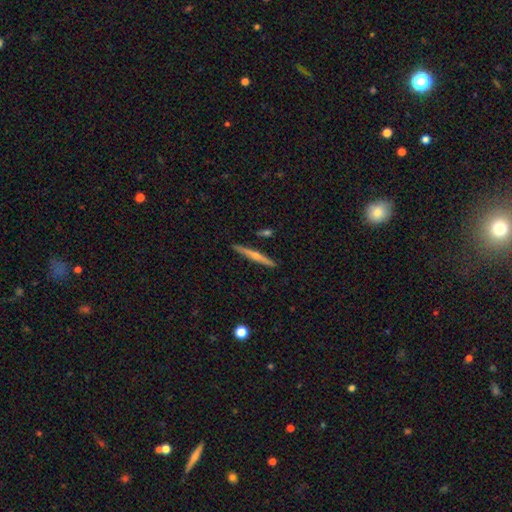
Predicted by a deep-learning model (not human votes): featured or disk 69%, smooth 25%, star or artifact 6%. Down the decision tree: edge-on disk — yes (98%); edge-on bulge — rounded (84%); merging — none (90%).